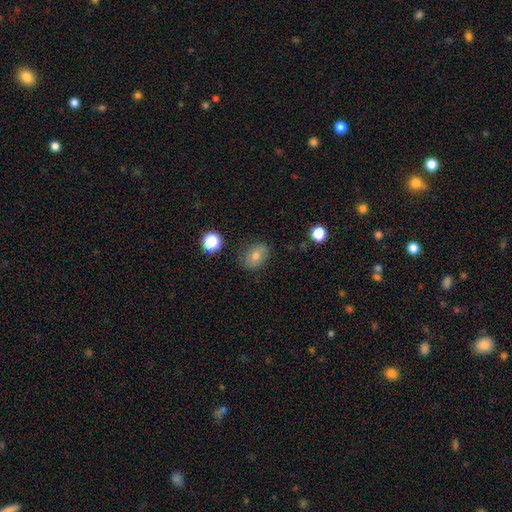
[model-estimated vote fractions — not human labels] smooth 72%, featured or disk 16%, star or artifact 12%. Down the decision tree: how rounded — in between (58%); merging — none (79%).